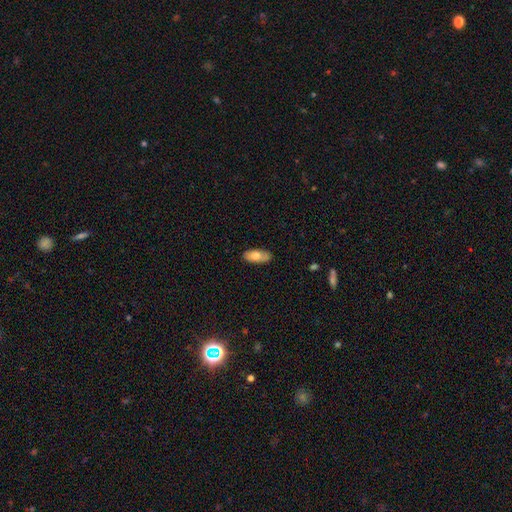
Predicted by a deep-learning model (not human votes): A smooth galaxy with no disk features (73%) that is in between round and cigar-shaped (88%).

Vote fractions:
- Smooth or featured? smooth: 73% / featured or disk: 20% / star or artifact: 6%
- How rounded? in between: 88% / cigar-shaped: 10% / round: 3%
- Merging? none: 76% / minor disturbance: 19% / major disturbance: 4% / merger: 2%